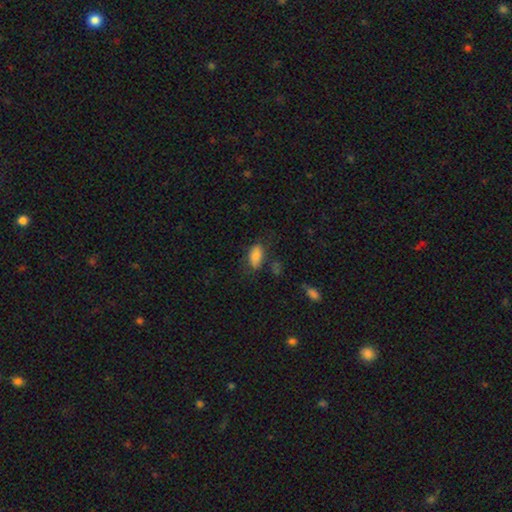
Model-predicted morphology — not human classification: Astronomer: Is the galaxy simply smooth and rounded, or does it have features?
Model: smooth — 82%.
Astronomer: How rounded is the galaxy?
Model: in between — 91%.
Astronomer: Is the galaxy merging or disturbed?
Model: none — 64%.